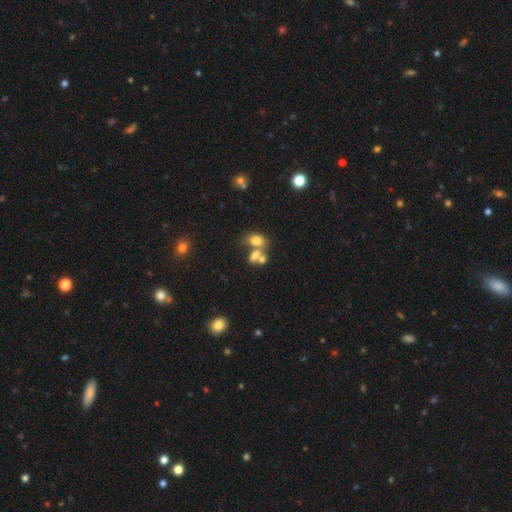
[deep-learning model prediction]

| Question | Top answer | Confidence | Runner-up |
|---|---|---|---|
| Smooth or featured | smooth | 71% | featured or disk (16%) |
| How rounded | in between | 75% | round (22%) |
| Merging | merger | 52% | none (33%) |